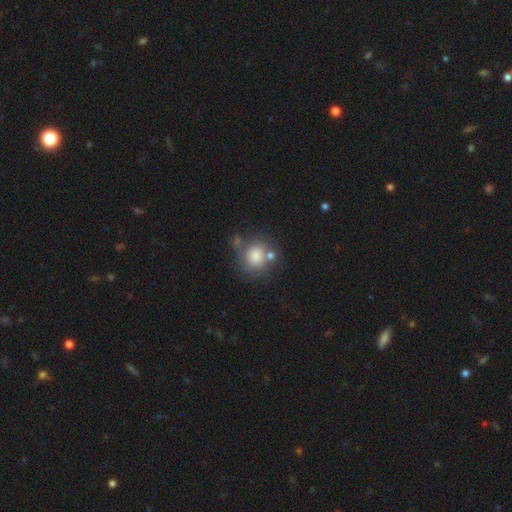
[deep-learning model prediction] The model was most divided on "merging": none: 57%, merger: 18%, minor disturbance: 17%, major disturbance: 7%. More confident: how rounded — round (83%); smooth or featured — smooth (78%).